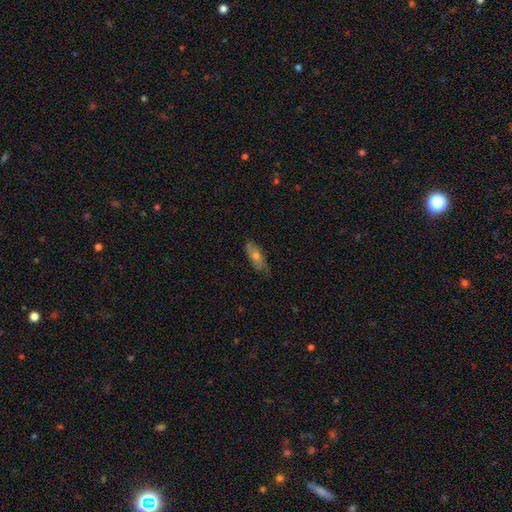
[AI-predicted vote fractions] Smooth or featured? smooth (49%)
Merging? none (78%)